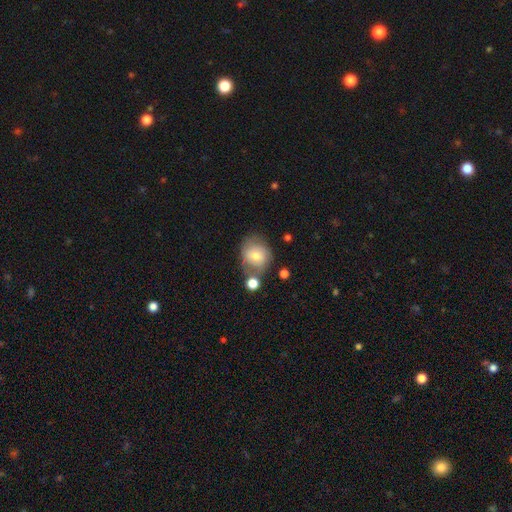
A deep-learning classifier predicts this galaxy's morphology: This appears to be a smooth galaxy with no disk features (72%) that is round (65%). Merging: none (52%).